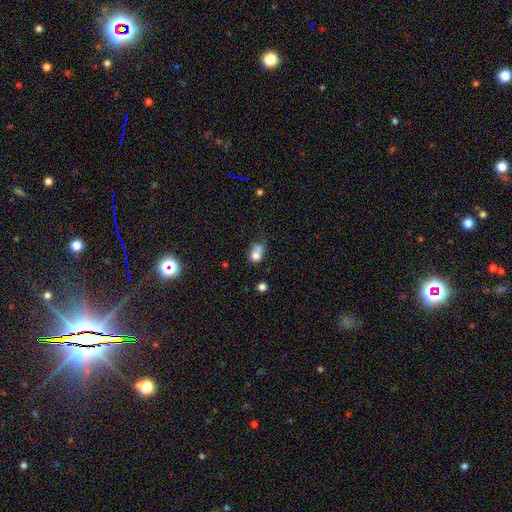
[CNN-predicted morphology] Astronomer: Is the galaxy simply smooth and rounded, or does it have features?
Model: smooth — 74%.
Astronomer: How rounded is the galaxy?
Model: round — 51% (runner-up: in between, 47%).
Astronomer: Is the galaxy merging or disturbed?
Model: merger — 43% (runner-up: none, 29%).